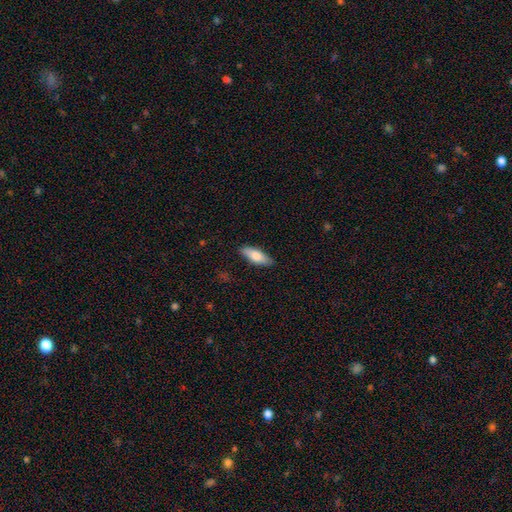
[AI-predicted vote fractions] Smooth or featured: smooth — 77% (featured or disk — 18%)
How rounded: in between — 68% (cigar-shaped — 30%)
Merging: none — 86% (minor disturbance — 11%)